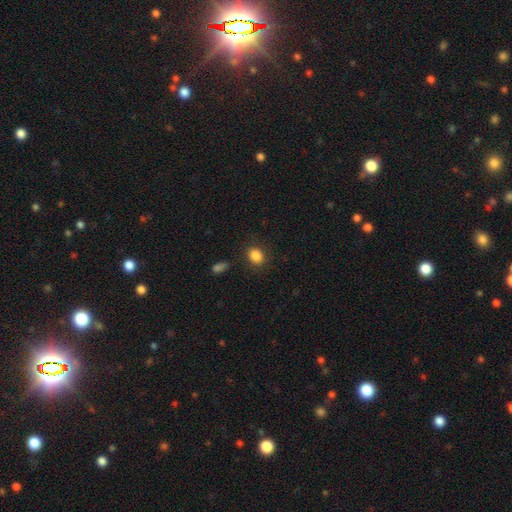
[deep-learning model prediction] Smooth or featured? Predicted: smooth (p=0.86). How rounded? Predicted: round (p=0.57). Merging? Predicted: none (p=0.85).